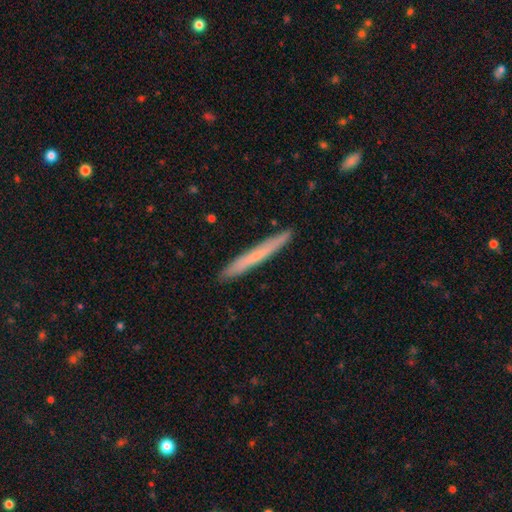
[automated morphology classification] Smooth or featured?
  - smooth: 64% *
  - featured or disk: 30%
  - star or artifact: 6%
How rounded?
  - cigar-shaped: 97% *
  - in between: 2%
  - round: 1%
Merging?
  - none: 92% *
  - minor disturbance: 6%
  - major disturbance: 1%
  - merger: 1%